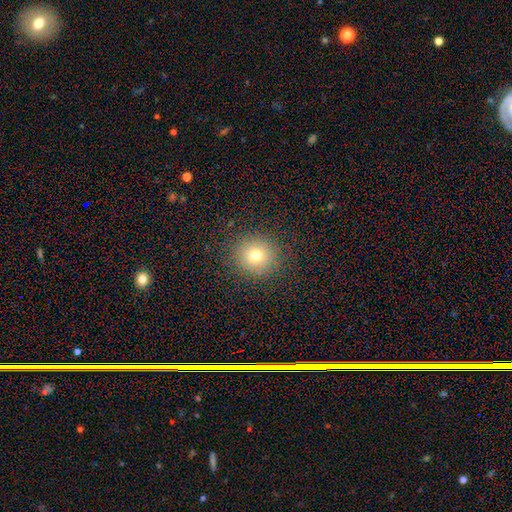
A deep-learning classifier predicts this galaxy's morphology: Smooth or featured?
  - smooth: 73% *
  - star or artifact: 16%
  - featured or disk: 11%
How rounded?
  - round: 91% *
  - in between: 8%
  - cigar-shaped: 1%
Merging?
  - none: 89% *
  - minor disturbance: 7%
  - major disturbance: 3%
  - merger: 1%